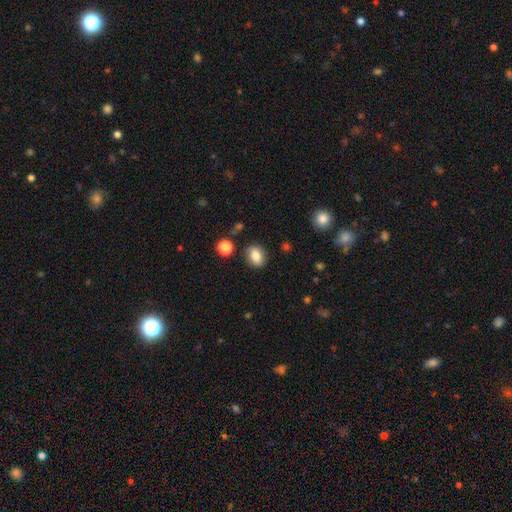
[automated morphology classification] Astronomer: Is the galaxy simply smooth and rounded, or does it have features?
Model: smooth — 83%.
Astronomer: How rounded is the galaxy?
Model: in between — 63%.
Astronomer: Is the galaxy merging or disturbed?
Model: none — 86%.